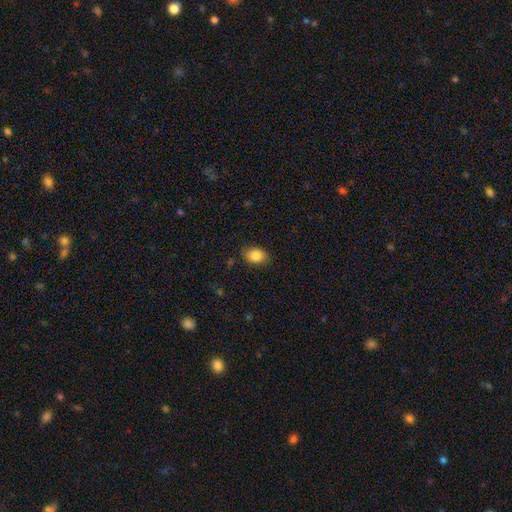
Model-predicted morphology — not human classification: A smooth galaxy with no disk features (86%) that is in between round and cigar-shaped (67%).

Vote fractions:
- Smooth or featured? smooth: 86% / star or artifact: 9% / featured or disk: 6%
- How rounded? in between: 67% / round: 32% / cigar-shaped: 1%
- Merging? none: 83% / minor disturbance: 13% / major disturbance: 3% / merger: 1%